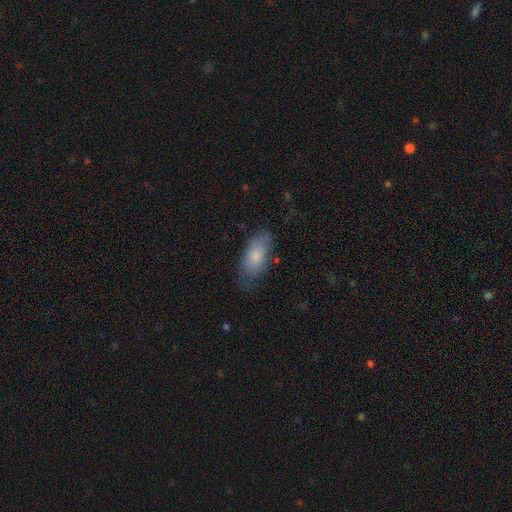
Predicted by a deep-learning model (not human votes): A smooth galaxy with no disk features (77%) that is in between round and cigar-shaped (88%). Merging: none (64%).